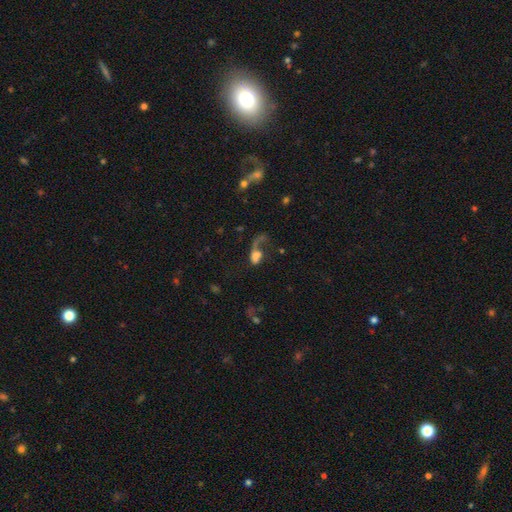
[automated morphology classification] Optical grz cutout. It shows a smooth galaxy with no disk features (48%). Merging: major disturbance (52%).